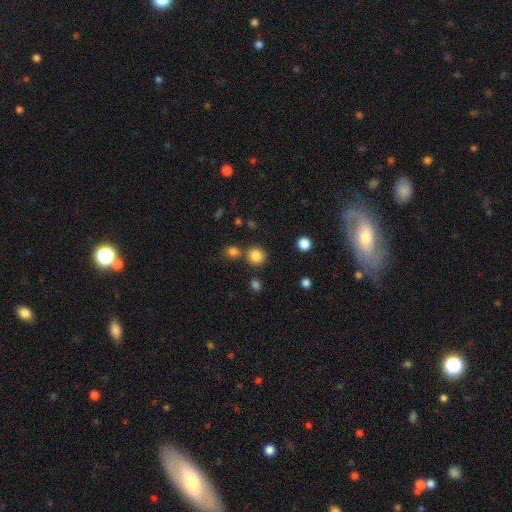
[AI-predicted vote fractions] Smooth or featured: smooth — 84% (star or artifact — 12%)
How rounded: round — 91% (in between — 8%)
Merging: none — 76% (merger — 13%)